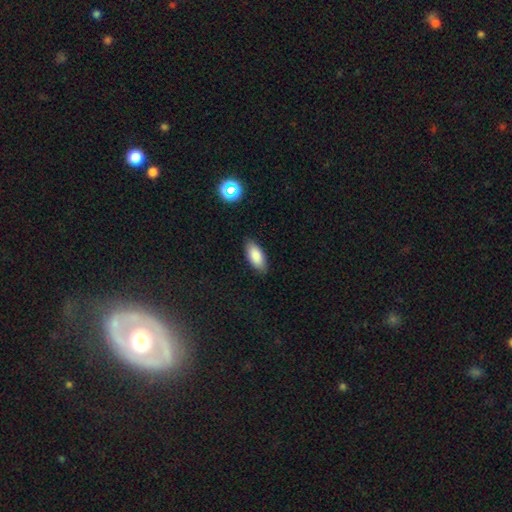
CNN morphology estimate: A smooth galaxy with no disk features (86%) that is in between round and cigar-shaped (88%). Merging: none (85%).